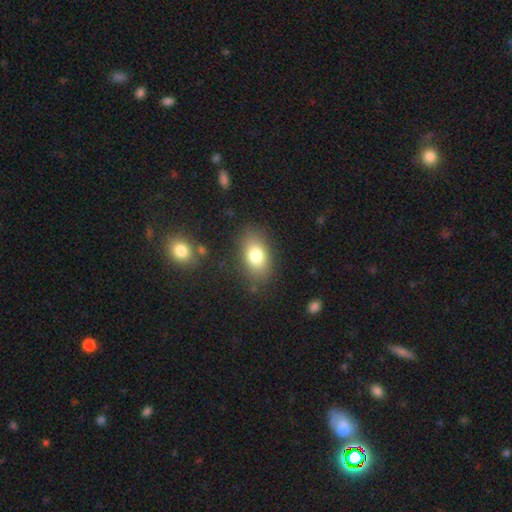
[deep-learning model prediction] Overall: smooth (78%). How rounded: in between (87%). Merging: none (82%).